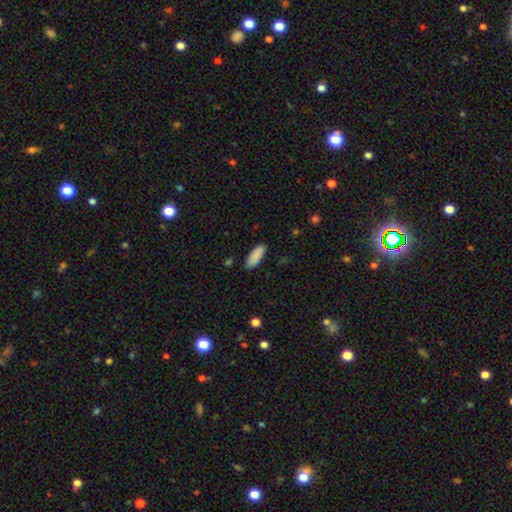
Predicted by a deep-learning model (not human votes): This is clearly a smooth galaxy (89%). How rounded: likely in between (72%). Merging: clearly none (84%).